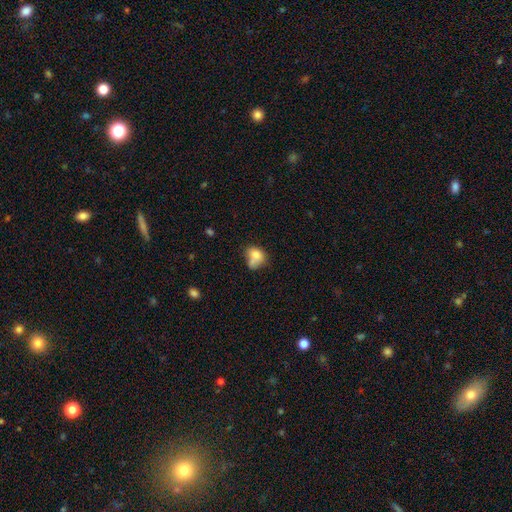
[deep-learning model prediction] Smooth or featured?
  - smooth: 75% *
  - featured or disk: 14%
  - star or artifact: 10%
How rounded?
  - in between: 55% *
  - round: 44%
  - cigar-shaped: 1%
Merging?
  - merger: 34% *
  - none: 31%
  - minor disturbance: 22%
  - major disturbance: 13%